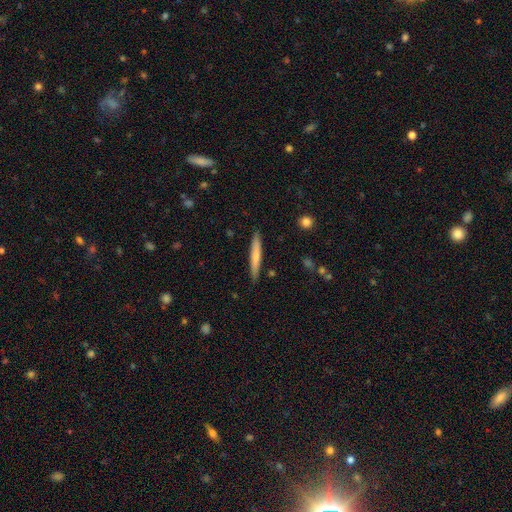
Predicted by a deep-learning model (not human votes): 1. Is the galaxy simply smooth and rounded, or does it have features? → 63% smooth, 32% featured or disk, 5% star or artifact.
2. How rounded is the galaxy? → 95% cigar-shaped, 4% in between, 1% round.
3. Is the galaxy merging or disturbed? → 89% none, 8% minor disturbance, 2% major disturbance, 1% merger.